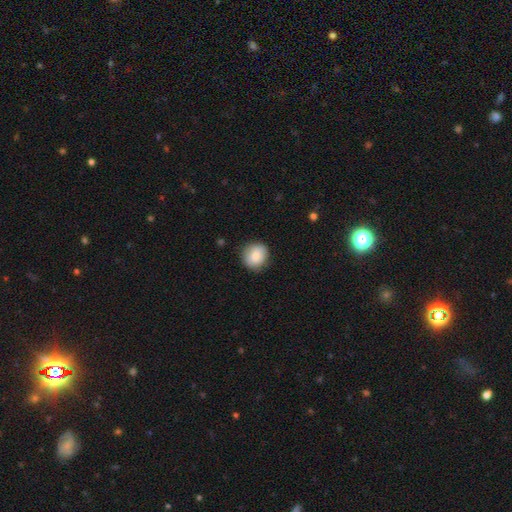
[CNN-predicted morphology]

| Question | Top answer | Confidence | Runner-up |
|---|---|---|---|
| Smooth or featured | smooth | 81% | featured or disk (11%) |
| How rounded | round | 81% | in between (18%) |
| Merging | none | 82% | minor disturbance (14%) |